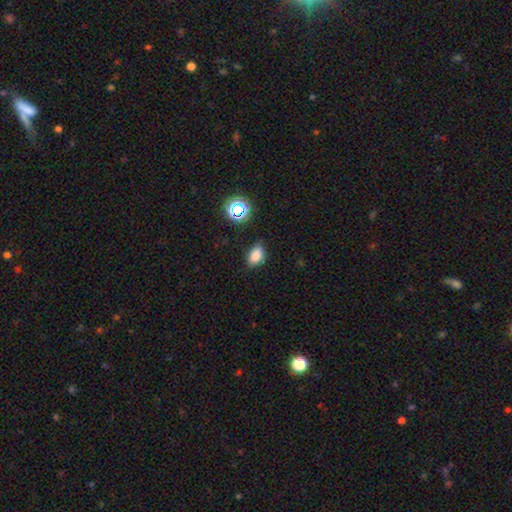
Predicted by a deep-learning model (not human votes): Smooth or featured: smooth — 80% (star or artifact — 14%)
How rounded: in between — 84% (round — 14%)
Merging: none — 79% (minor disturbance — 16%)